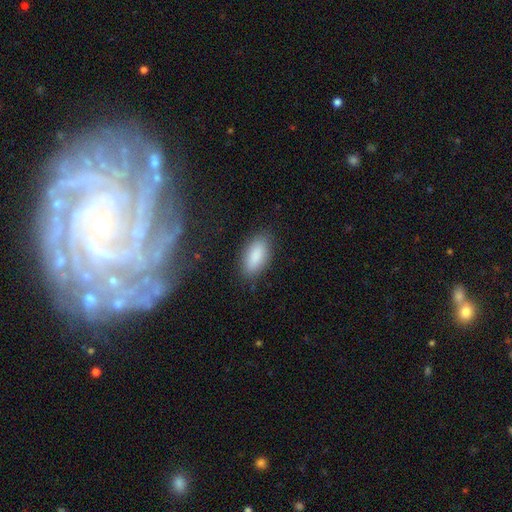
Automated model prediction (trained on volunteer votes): A smooth galaxy with no disk features (87%) that is in between round and cigar-shaped (84%).

Vote fractions:
- Smooth or featured? smooth: 87% / star or artifact: 7% / featured or disk: 6%
- How rounded? in between: 84% / cigar-shaped: 13% / round: 2%
- Merging? none: 83% / minor disturbance: 12% / major disturbance: 3% / merger: 1%